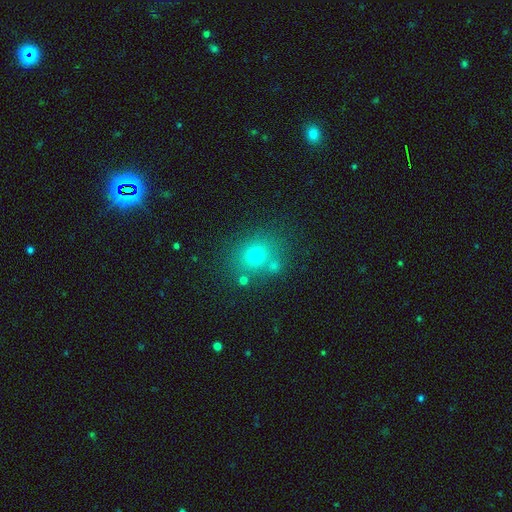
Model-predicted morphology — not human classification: smooth 69%, star or artifact 19%, featured or disk 12%. Down the decision tree: how rounded — round (72%); merging — none (73%).